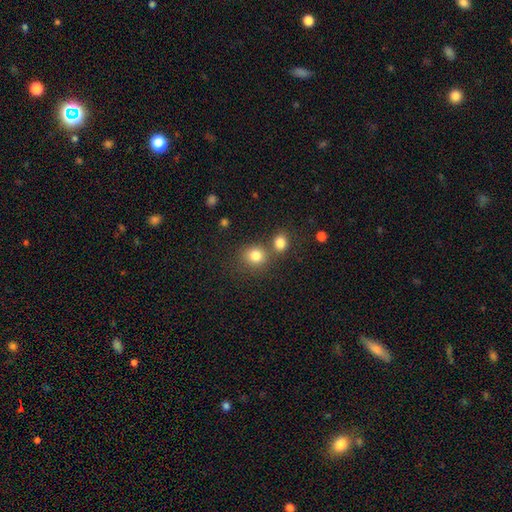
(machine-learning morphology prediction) Smooth or featured? smooth (81%)
How rounded? round (81%)
Merging? none (61%)